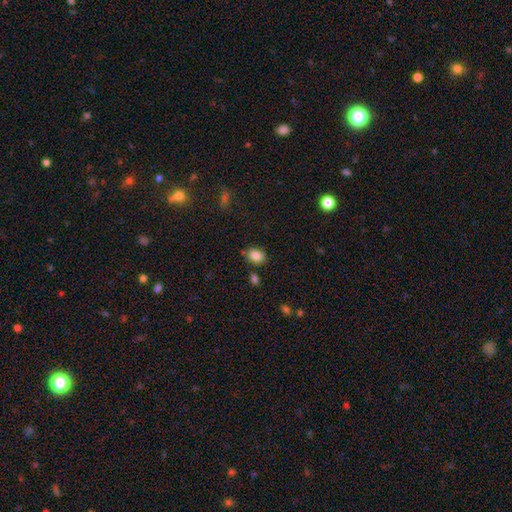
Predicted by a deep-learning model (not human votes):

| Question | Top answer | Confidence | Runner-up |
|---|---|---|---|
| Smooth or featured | smooth | 84% | star or artifact (9%) |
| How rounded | in between | 60% | round (39%) |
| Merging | none | 78% | minor disturbance (13%) |